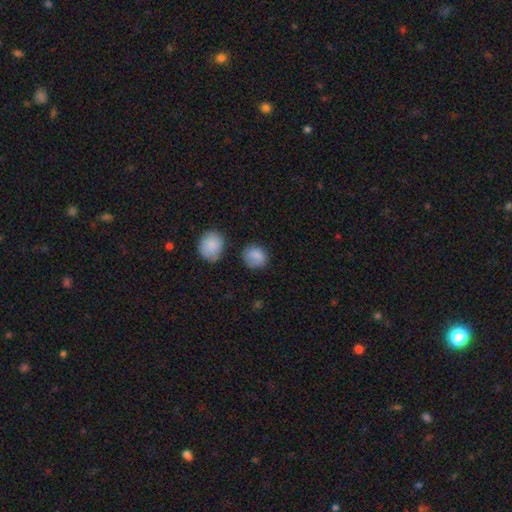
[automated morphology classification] This is clearly a smooth galaxy (83%). How rounded: likely round (75%). Merging: likely none (67%).